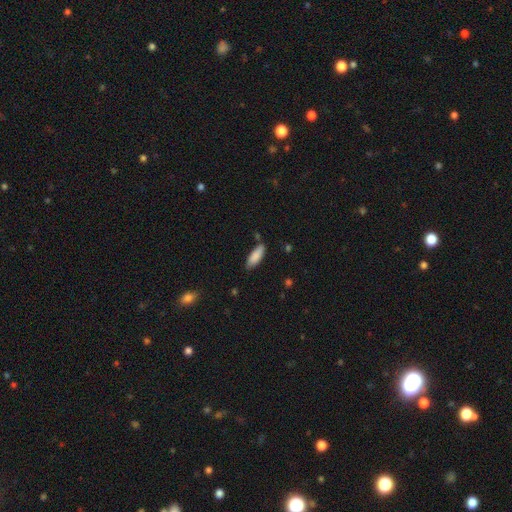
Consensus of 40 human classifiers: This appears to be a smooth galaxy with no disk features (92%) that is in between round and cigar-shaped (73%). Merging: none (69%).